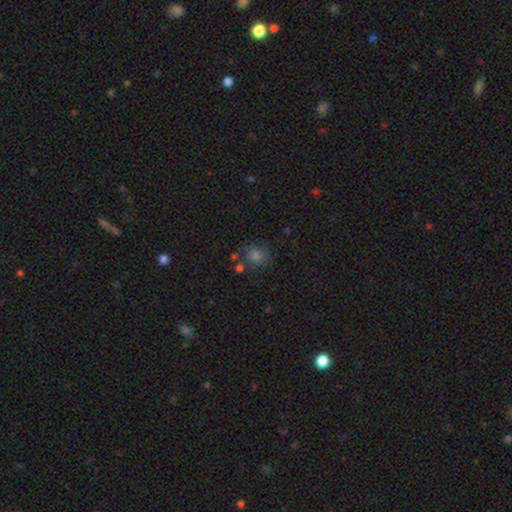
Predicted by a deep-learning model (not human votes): smooth_or_featured: smooth (p=0.73) [alt: star or artifact p=0.20]
how_rounded: round (p=0.78) [alt: in between p=0.21]
merging: none (p=0.76) [alt: minor disturbance p=0.12]